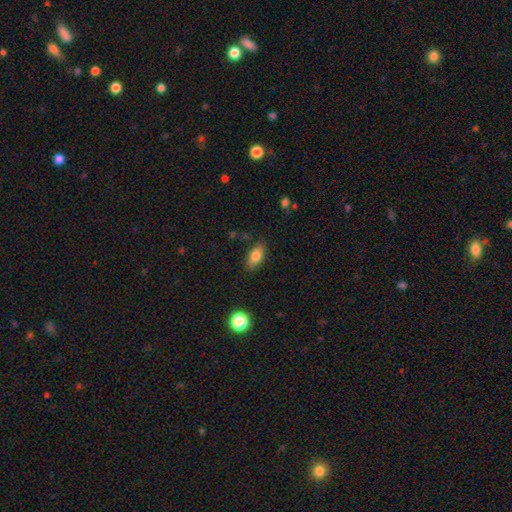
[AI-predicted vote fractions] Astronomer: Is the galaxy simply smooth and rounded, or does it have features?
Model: smooth — 80%.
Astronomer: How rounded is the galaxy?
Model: in between — 85%.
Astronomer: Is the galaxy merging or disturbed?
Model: none — 83%.